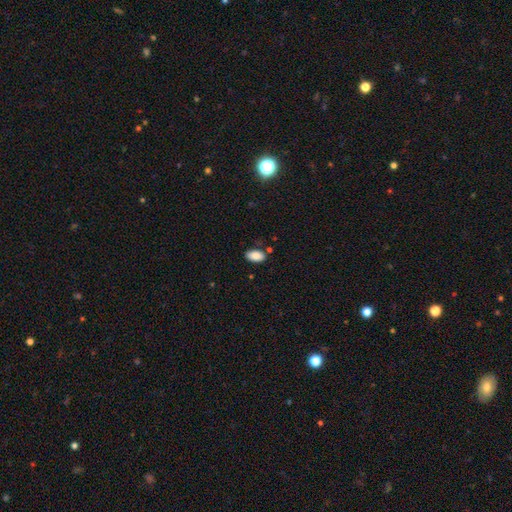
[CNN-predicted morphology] A smooth galaxy with no disk features (87%) that is in between round and cigar-shaped (94%). Merging: none (79%).